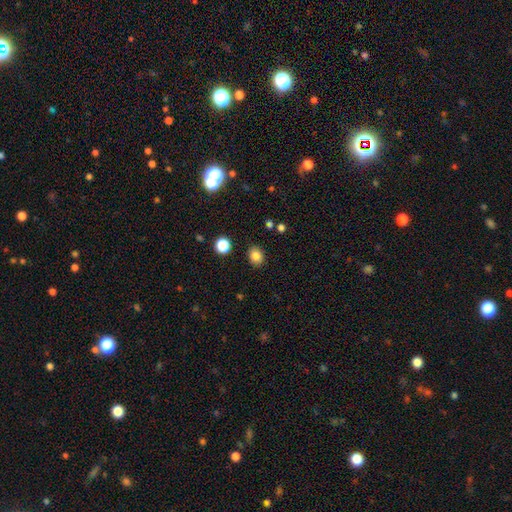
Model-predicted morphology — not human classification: The model was most divided on "how rounded": round: 50%, in between: 49%, cigar-shaped: 1%. More confident: merging — none (87%); smooth or featured — smooth (83%).